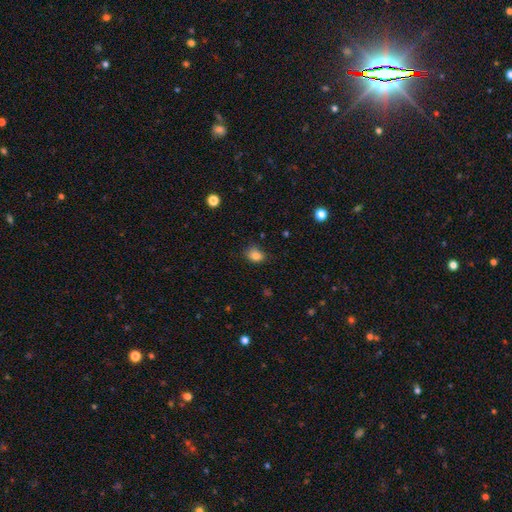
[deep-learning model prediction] Overall: smooth (83%). How rounded: in between (62%; round 36%). Merging: none (72%).